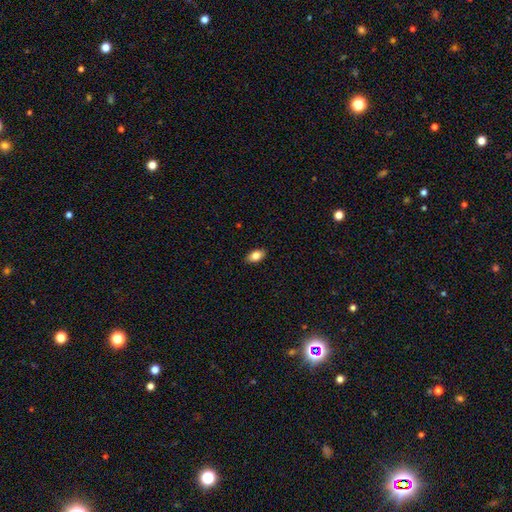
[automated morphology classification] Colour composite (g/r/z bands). It shows a smooth galaxy with no disk features (84%) that is in between round and cigar-shaped (91%). Merging: none (89%).